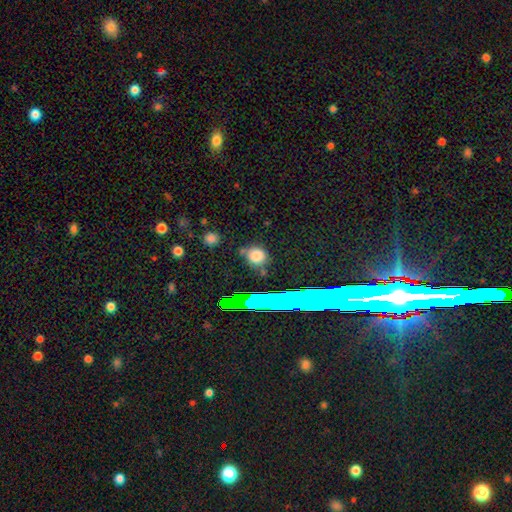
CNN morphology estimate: Overall: smooth (75%). How rounded: round (84%). Merging: none (70%).